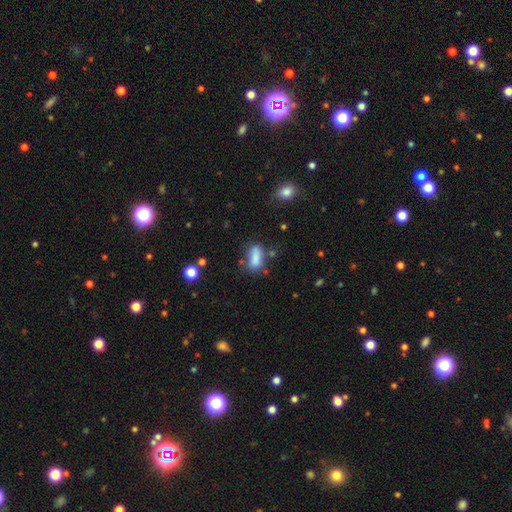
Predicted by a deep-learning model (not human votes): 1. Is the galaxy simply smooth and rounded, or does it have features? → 83% smooth, 9% star or artifact, 8% featured or disk.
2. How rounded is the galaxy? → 80% in between, 16% cigar-shaped, 4% round.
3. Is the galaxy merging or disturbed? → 64% none, 21% minor disturbance, 8% major disturbance, 8% merger.